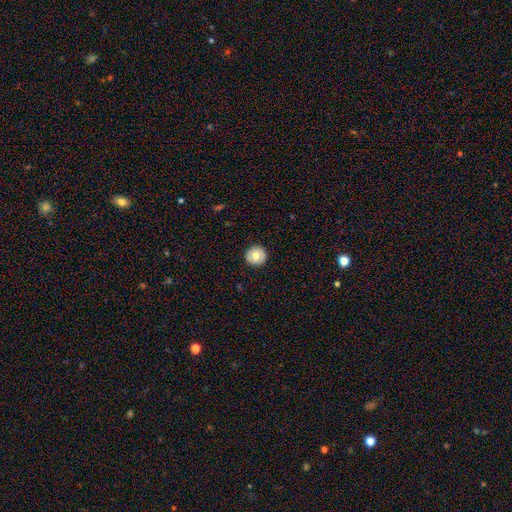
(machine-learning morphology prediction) type=smooth (67%); roundness=round (94%); merging=none (91%).